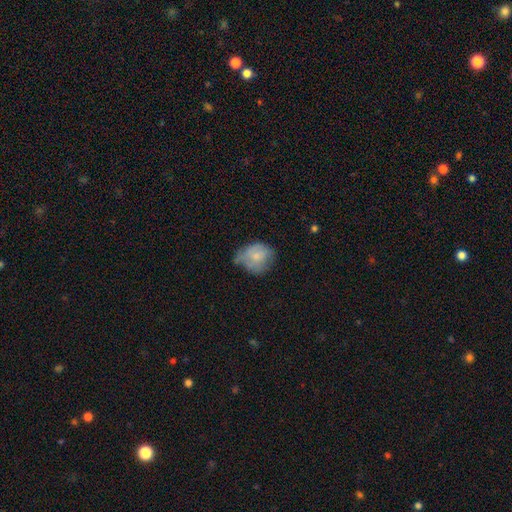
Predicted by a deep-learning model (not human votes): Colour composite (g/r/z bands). It shows a smooth galaxy with no disk features (69%) that is round (60%). Merging: minor disturbance (42%).